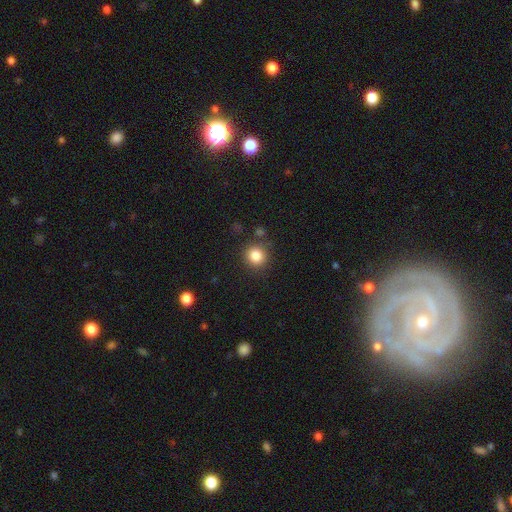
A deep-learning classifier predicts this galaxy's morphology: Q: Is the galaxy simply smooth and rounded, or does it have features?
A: smooth — 84%.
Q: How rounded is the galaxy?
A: round — 90%.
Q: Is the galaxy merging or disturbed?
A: none — 84%.